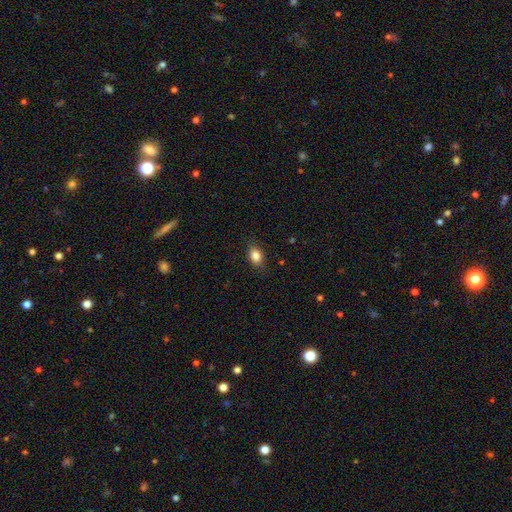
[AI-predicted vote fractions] A smooth galaxy with no disk features (85%) that is in between round and cigar-shaped (79%).

Vote fractions:
- Smooth or featured? smooth: 85% / star or artifact: 9% / featured or disk: 6%
- How rounded? in between: 79% / round: 20% / cigar-shaped: 2%
- Merging? none: 84% / minor disturbance: 12% / major disturbance: 3% / merger: 1%